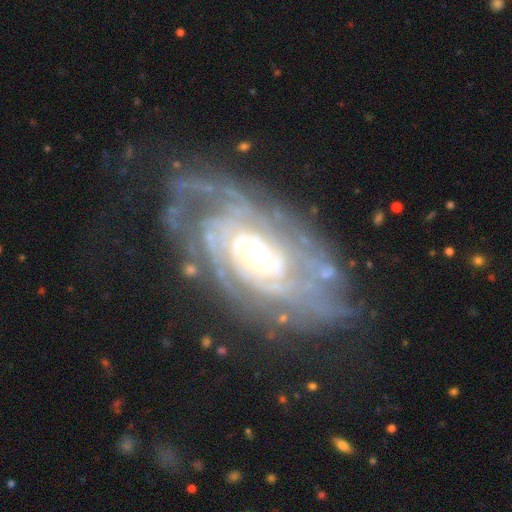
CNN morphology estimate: This appears to be a featured or disk galaxy (88%) with no bar (72%), tight (74%) spiral arms (96%) and a small central bulge (60%). Merging: none (69%).